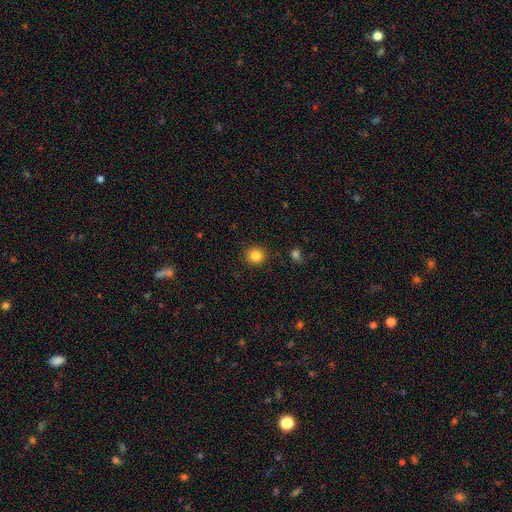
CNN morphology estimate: Smooth or featured? smooth (84%)
How rounded? round (92%)
Merging? none (91%)